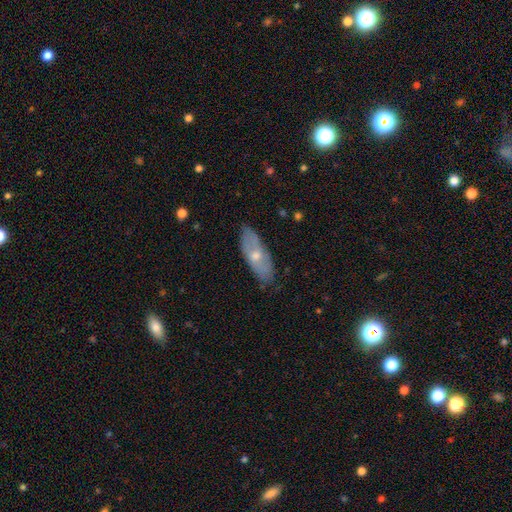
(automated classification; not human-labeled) Morphology: type=featured or disk (47%); merging=none (79%).